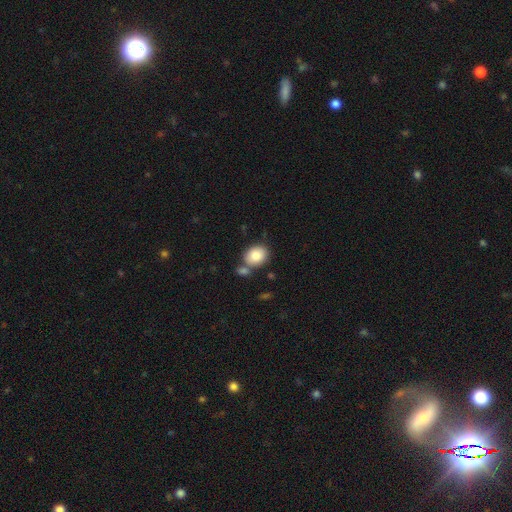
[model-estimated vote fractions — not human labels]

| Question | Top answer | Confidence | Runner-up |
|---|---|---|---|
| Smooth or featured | smooth | 84% | star or artifact (8%) |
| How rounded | in between | 50% | round (49%) |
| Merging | none | 62% | merger (21%) |